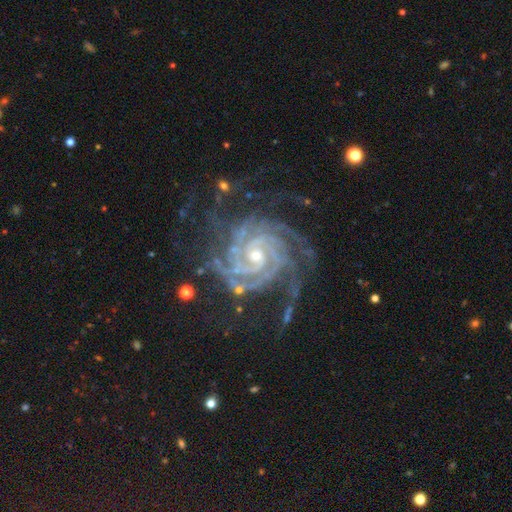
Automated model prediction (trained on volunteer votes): smooth-or-featured: featured or disk: 93% | star or artifact: 5% | smooth: 2%
  disk-edge-on: no: 98% | yes: 2%
    bar: no: 50% | weak: 32% | strong: 18%
    has-spiral-arms: yes: 99% | no: 1%
      spiral-winding: tight: 79% | medium: 18% | loose: 2%
      spiral-arm-count: 4: 28% | 3: 20% | more than 4: 17% | 2: 14% | can't tell: 13% | 1: 8%
    bulge-size: small: 58% | moderate: 38% | large: 2% | none: 1% | dominant: 1%
  merging: none: 69% | minor disturbance: 17% | major disturbance: 11% | merger: 2%